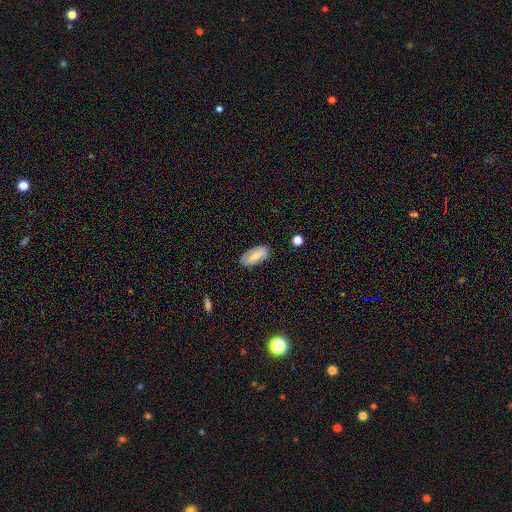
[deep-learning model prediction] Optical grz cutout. It shows a smooth galaxy with no disk features (67%) that is in between round and cigar-shaped (87%). Merging: none (81%).